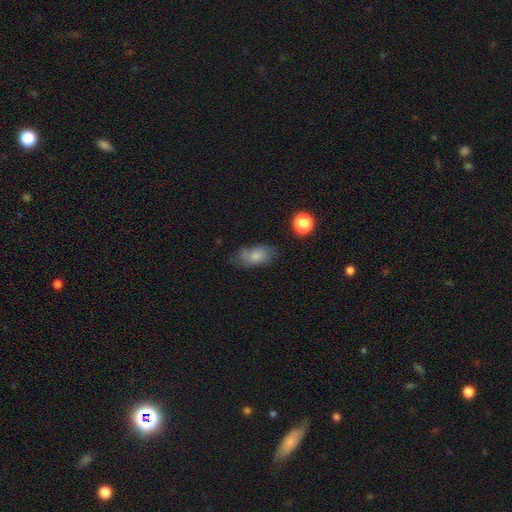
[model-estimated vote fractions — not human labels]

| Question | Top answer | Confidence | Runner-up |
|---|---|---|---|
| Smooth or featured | smooth | 75% | featured or disk (16%) |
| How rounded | in between | 88% | round (9%) |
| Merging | none | 55% | minor disturbance (28%) |